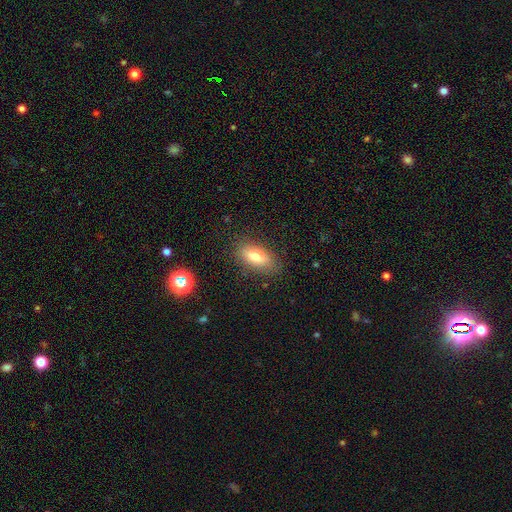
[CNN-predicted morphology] A smooth galaxy with no disk features (74%) that is in between round and cigar-shaped (85%).

Vote fractions:
- Smooth or featured? smooth: 74% / featured or disk: 17% / star or artifact: 9%
- How rounded? in between: 85% / cigar-shaped: 10% / round: 5%
- Merging? none: 84% / minor disturbance: 11% / major disturbance: 3% / merger: 1%